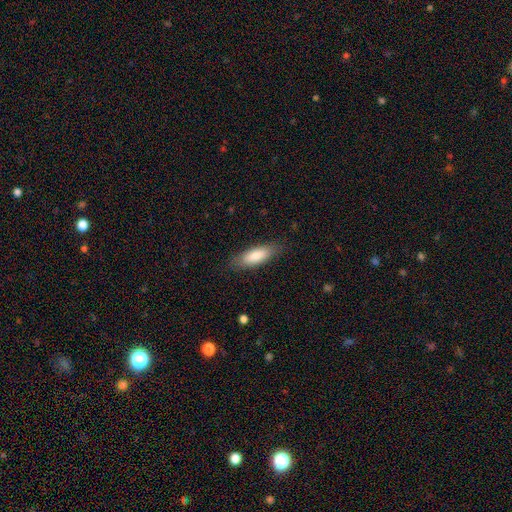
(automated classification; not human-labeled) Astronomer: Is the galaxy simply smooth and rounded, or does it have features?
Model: smooth — 84%.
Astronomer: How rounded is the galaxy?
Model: in between — 62%.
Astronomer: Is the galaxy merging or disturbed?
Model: none — 83%.